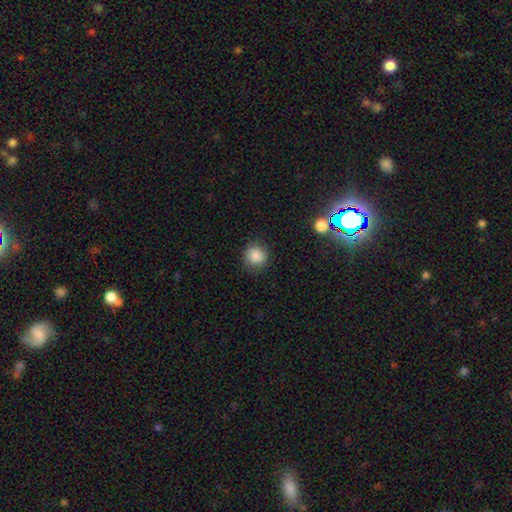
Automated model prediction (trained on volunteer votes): smooth 87%, star or artifact 9%, featured or disk 4%. Down the decision tree: how rounded — round (88%); merging — none (85%).